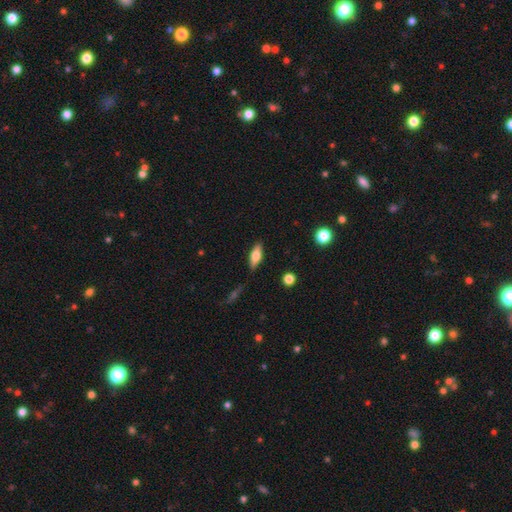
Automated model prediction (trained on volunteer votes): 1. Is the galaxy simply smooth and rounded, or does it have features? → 64% smooth, 28% featured or disk, 7% star or artifact.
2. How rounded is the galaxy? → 66% in between, 30% cigar-shaped, 3% round.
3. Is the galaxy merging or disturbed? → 84% none, 11% minor disturbance, 3% major disturbance, 2% merger.